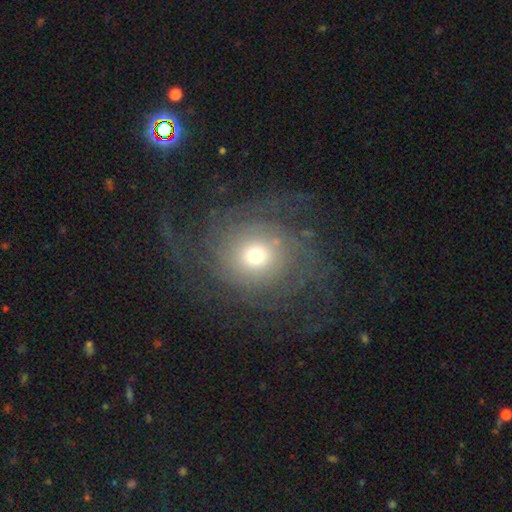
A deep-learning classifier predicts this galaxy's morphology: This is likely a featured or disk galaxy (74%). It is clearly not viewed edge-on (97%). Bar: clearly no (83%). Spiral arm pattern: clearly yes (89%). Spiral arm count: marginally can't tell (34%). Spiral winding: possibly tight (54%). Central bulge: possibly moderate (47%). Merging: likely none (69%).